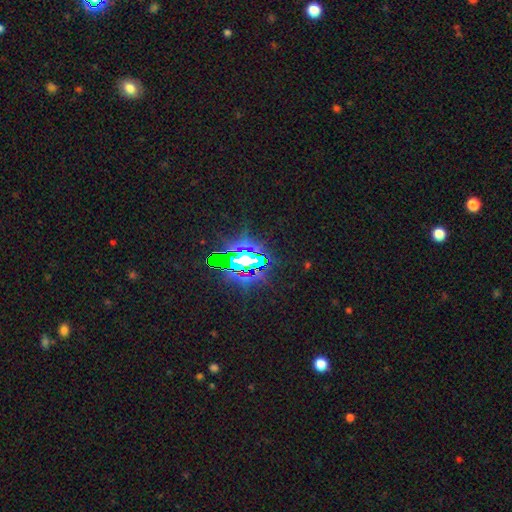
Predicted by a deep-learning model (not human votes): This is likely a star or artifact rather than a galaxy (76%).